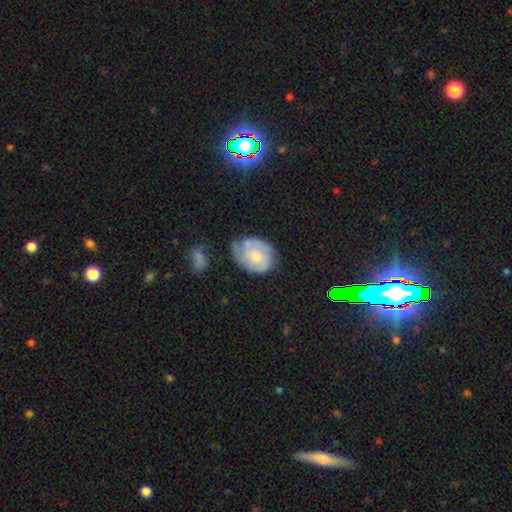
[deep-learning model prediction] Morphology: type=featured or disk (49%); merging=none (47%).